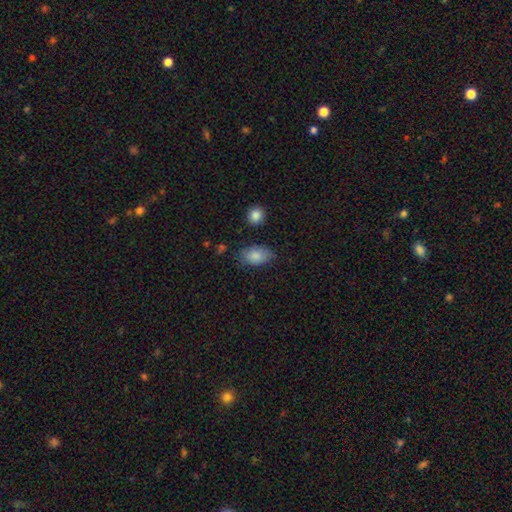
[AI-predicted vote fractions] smooth 86%, star or artifact 7%, featured or disk 7%. Down the decision tree: how rounded — in between (89%); merging — none (71%).